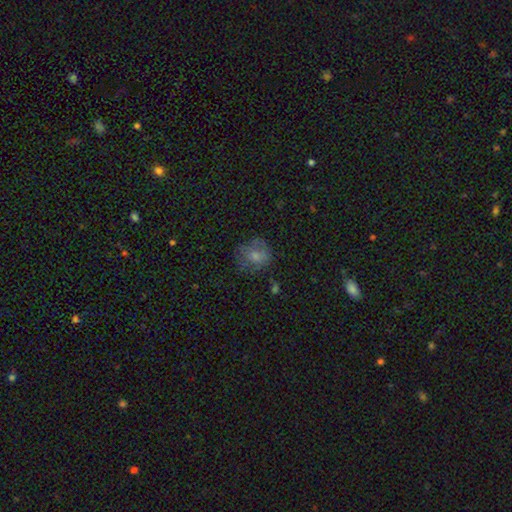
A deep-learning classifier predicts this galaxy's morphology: type=smooth (66%); roundness=round (69%); merging=none (55%).